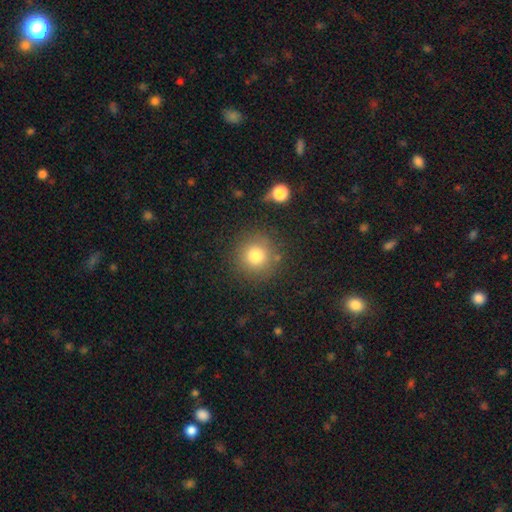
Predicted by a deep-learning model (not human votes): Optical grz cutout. It shows a smooth galaxy with no disk features (78%) that is round (93%). Merging: none (85%).